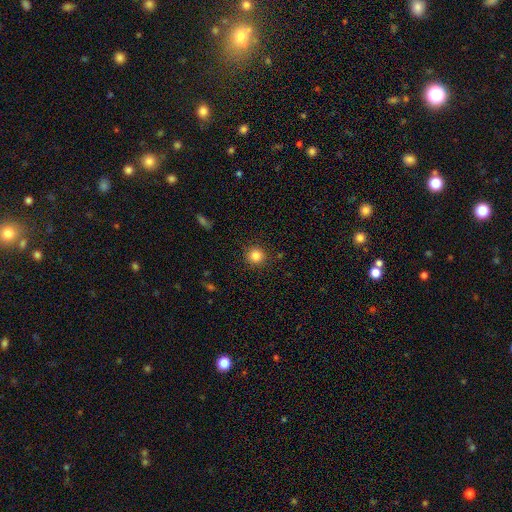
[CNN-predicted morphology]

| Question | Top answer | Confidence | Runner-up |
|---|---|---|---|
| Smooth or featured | smooth | 84% | star or artifact (11%) |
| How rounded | round | 94% | in between (5%) |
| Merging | none | 90% | minor disturbance (7%) |